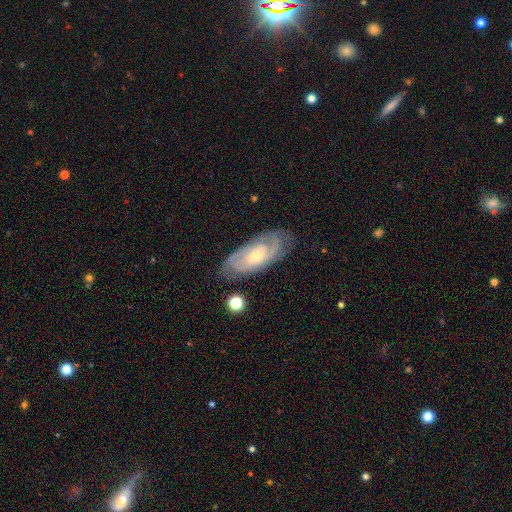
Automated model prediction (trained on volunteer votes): smooth_or_featured: featured or disk (p=0.82) [alt: smooth p=0.12]
disk_edge_on: no (p=0.92) [alt: yes p=0.08]
bar: no (p=0.66) [alt: weak p=0.27]
has_spiral_arms: yes (p=0.94) [alt: no p=0.06]
spiral_winding: tight (p=0.66) [alt: medium p=0.27]
spiral_arm_count: 2 (p=0.37) [alt: can't tell p=0.30]
bulge_size: small (p=0.67) [alt: moderate p=0.30]
merging: none (p=0.77) [alt: minor disturbance p=0.16]